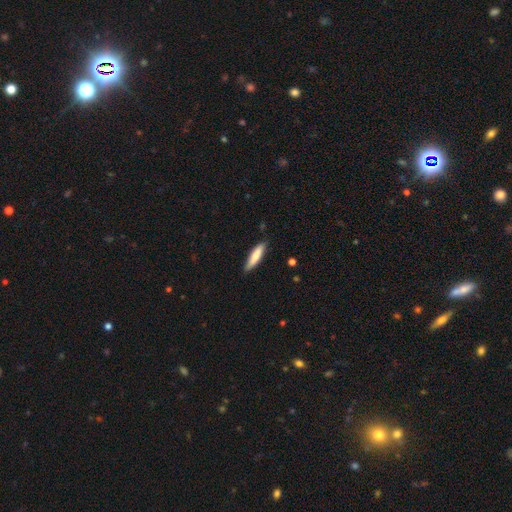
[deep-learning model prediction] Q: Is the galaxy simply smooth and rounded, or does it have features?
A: smooth — 76%.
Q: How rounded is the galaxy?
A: cigar-shaped — 75%.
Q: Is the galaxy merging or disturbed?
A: none — 84%.